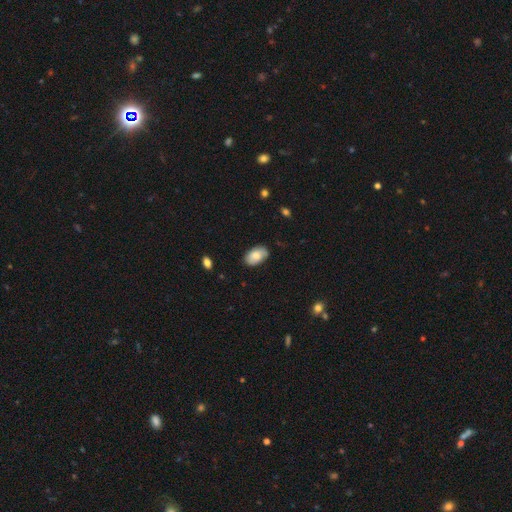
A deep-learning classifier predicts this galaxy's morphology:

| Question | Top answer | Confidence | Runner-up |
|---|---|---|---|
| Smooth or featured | smooth | 79% | featured or disk (14%) |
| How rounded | in between | 93% | round (6%) |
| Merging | none | 78% | minor disturbance (18%) |